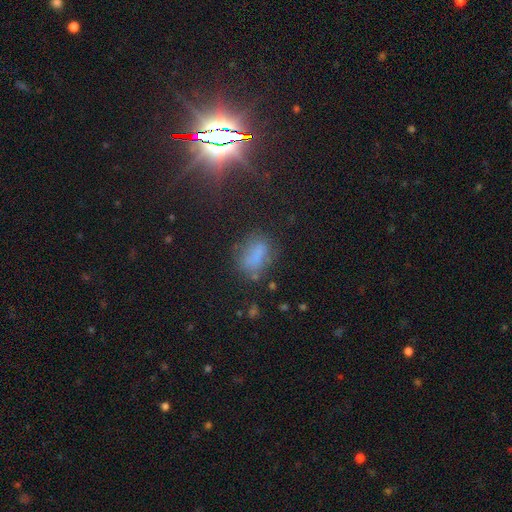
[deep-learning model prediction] smooth 67%, star or artifact 20%, featured or disk 14%. Down the decision tree: how rounded — in between (81%); merging — none (58%).